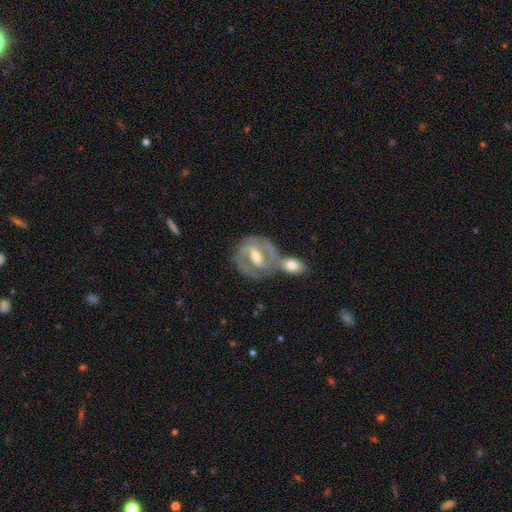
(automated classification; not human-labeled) Smooth or featured: featured or disk — 87% (smooth — 8%)
Edge-on disk: no — 97% (yes — 3%)
Bar: strong — 45% (weak — 41%)
Spiral arms: yes — 95% (no — 5%)
Spiral winding: medium — 51% (tight — 39%)
Spiral arm count: 2 — 85% (3 — 5%)
Bulge size: moderate — 63% (small — 32%)
Merging: none — 52% (merger — 29%)